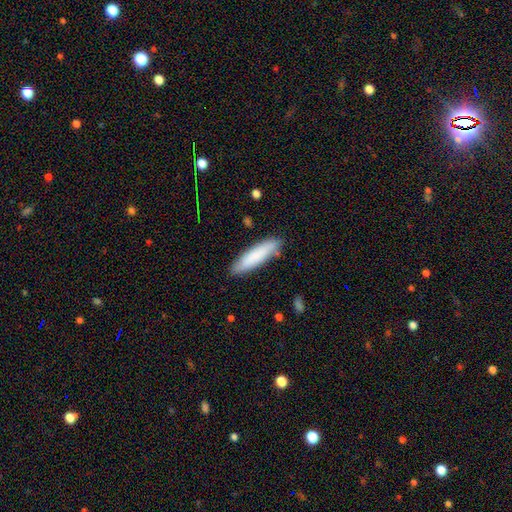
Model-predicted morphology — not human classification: This is clearly a smooth galaxy (81%). How rounded: likely cigar-shaped (75%). Merging: clearly none (84%).